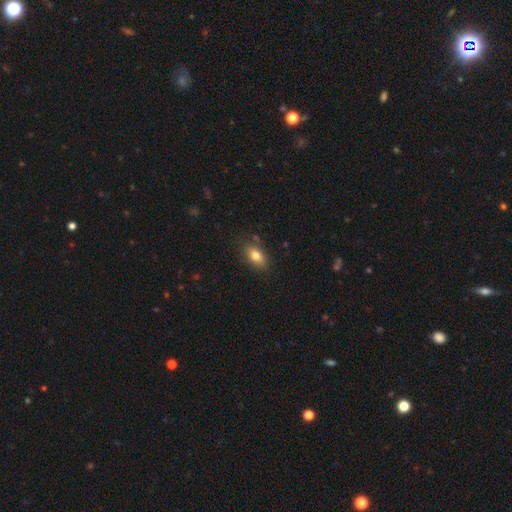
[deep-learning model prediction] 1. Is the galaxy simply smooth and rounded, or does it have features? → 79% smooth, 13% featured or disk, 9% star or artifact.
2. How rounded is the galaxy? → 84% in between, 11% round, 5% cigar-shaped.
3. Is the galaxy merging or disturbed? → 79% none, 15% minor disturbance, 3% major disturbance, 3% merger.